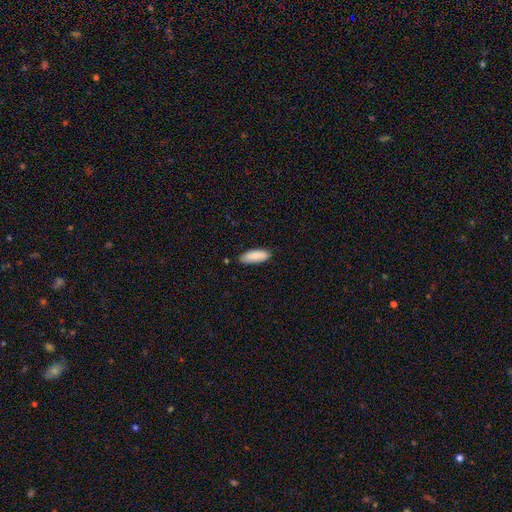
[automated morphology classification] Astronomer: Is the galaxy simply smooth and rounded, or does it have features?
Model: smooth — 85%.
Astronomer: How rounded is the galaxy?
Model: in between — 77%.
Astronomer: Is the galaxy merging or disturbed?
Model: none — 83%.